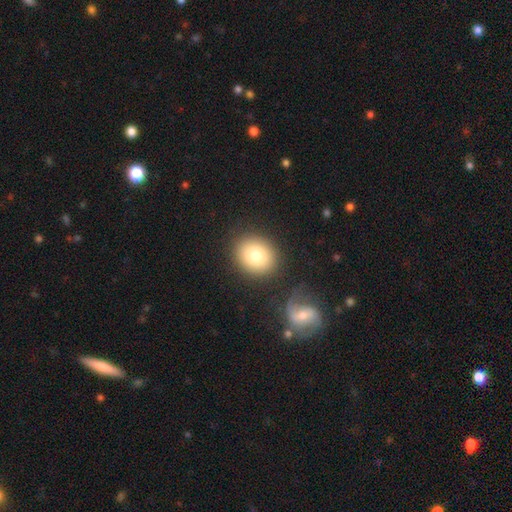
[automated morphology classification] type=smooth (82%); roundness=round (67%); merging=none (84%).